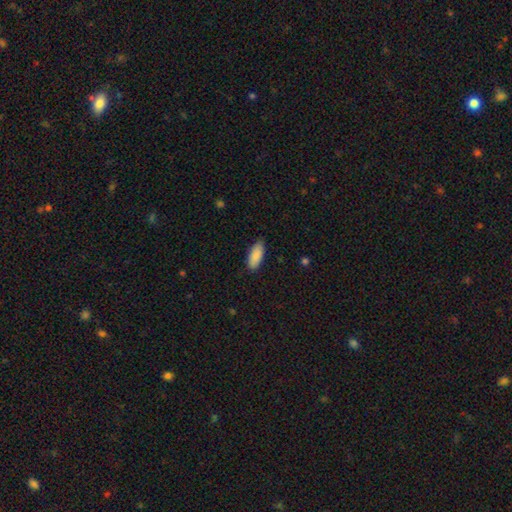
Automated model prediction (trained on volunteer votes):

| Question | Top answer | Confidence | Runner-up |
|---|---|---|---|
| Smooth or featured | smooth | 89% | star or artifact (6%) |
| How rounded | in between | 86% | cigar-shaped (13%) |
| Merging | none | 83% | minor disturbance (14%) |